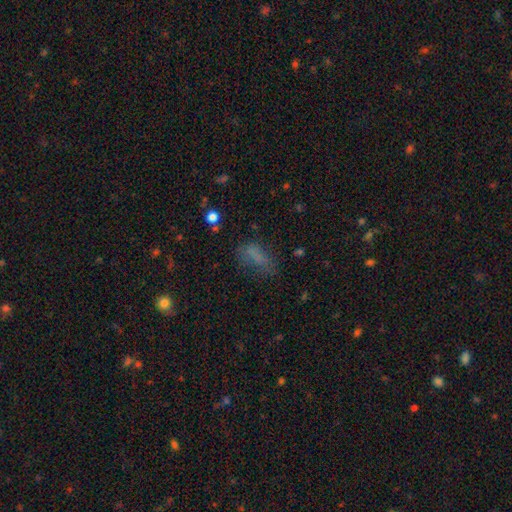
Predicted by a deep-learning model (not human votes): smooth 68%, star or artifact 17%, featured or disk 15%. Down the decision tree: how rounded — in between (72%); merging — none (52%).